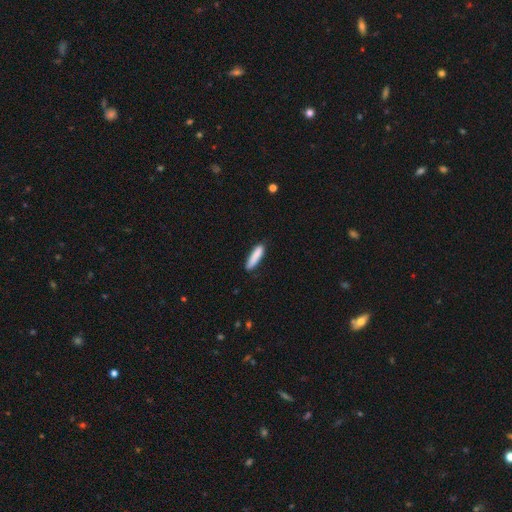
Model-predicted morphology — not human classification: smooth_or_featured: smooth (p=0.87) [alt: featured or disk p=0.07]
how_rounded: cigar-shaped (p=0.79) [alt: in between p=0.20]
merging: none (p=0.82) [alt: minor disturbance p=0.14]